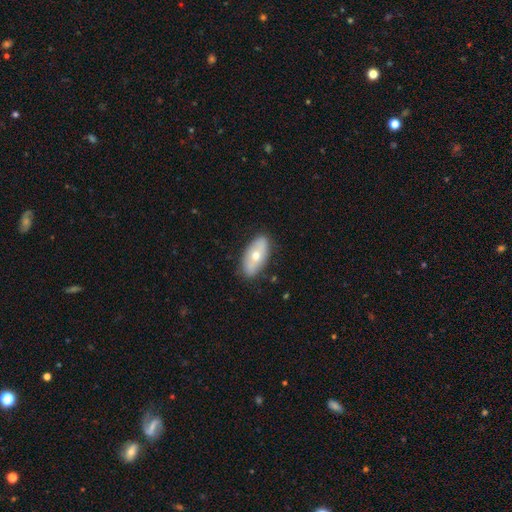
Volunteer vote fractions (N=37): Morphology: type=smooth (59%); roundness=in between (77%); merging=none (83%).